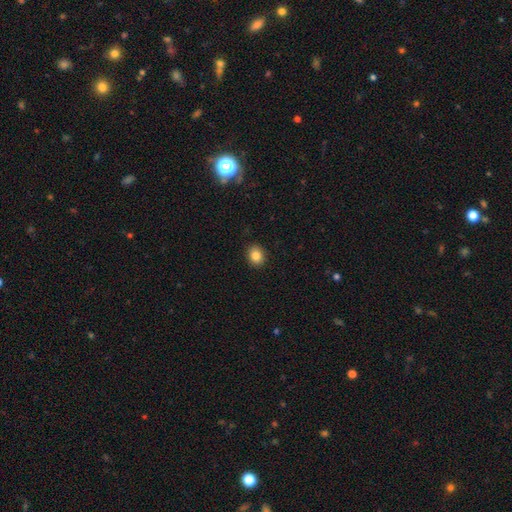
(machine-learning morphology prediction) This appears to be a smooth galaxy with no disk features (85%) that is round (62%). Merging: none (91%).